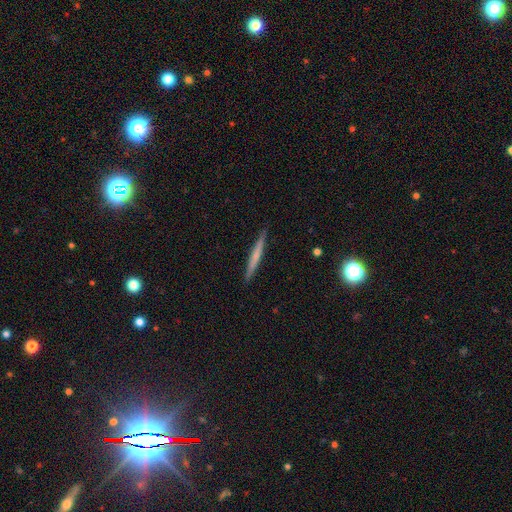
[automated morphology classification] This appears to be a smooth galaxy with no disk features (52%) that is cigar-shaped (96%). Merging: none (91%).